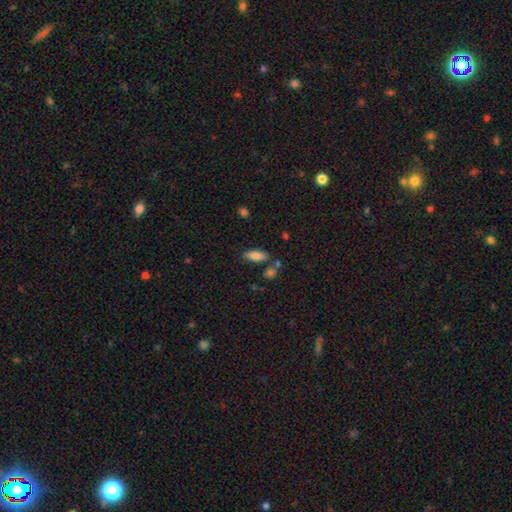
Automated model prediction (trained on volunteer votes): A smooth galaxy with no disk features (83%) that is in between round and cigar-shaped (80%).

Vote fractions:
- Smooth or featured? smooth: 83% / featured or disk: 9% / star or artifact: 8%
- How rounded? in between: 80% / cigar-shaped: 18% / round: 2%
- Merging? none: 74% / minor disturbance: 13% / merger: 10% / major disturbance: 3%